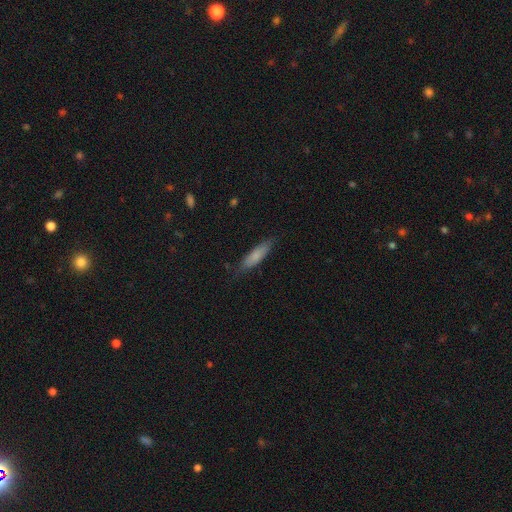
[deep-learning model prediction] smooth 79%, featured or disk 15%, star or artifact 6%. Down the decision tree: how rounded — cigar-shaped (68%); merging — none (80%).